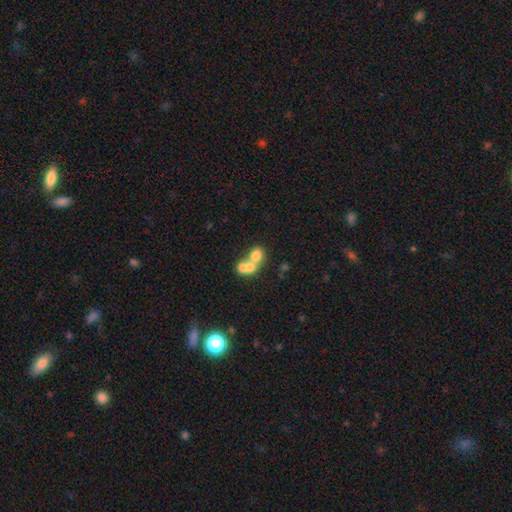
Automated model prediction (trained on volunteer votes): Morphology: type=smooth (64%); roundness=round (53%); merging=merger (73%).